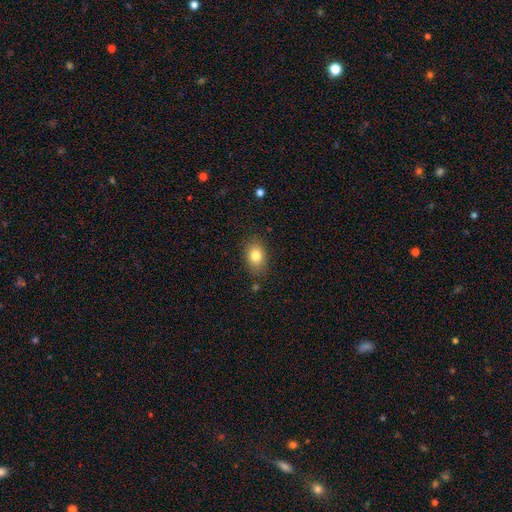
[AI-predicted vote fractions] This appears to be a smooth galaxy with no disk features (81%) that is in between round and cigar-shaped (77%). Merging: none (82%).